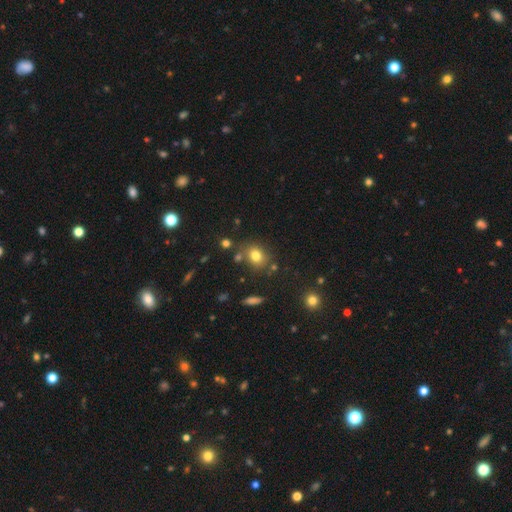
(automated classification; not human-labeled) Overall: smooth (79%). How rounded: round (55%; in between 44%). Merging: none (74%).